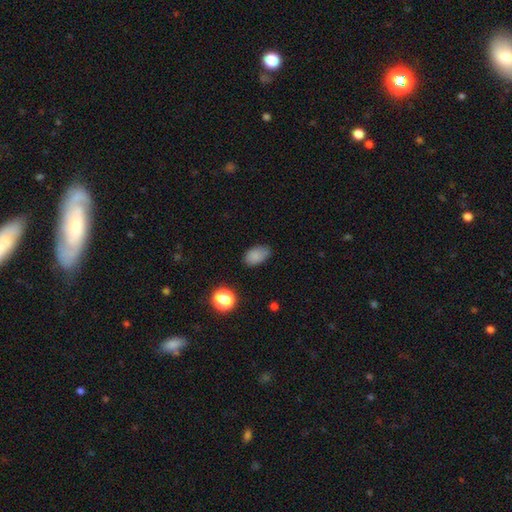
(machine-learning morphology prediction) Q: Smooth or featured?
A: smooth (83%); runner-up: star or artifact (11%)
Q: How rounded?
A: in between (88%); runner-up: round (10%)
Q: Merging?
A: none (72%); runner-up: minor disturbance (22%)